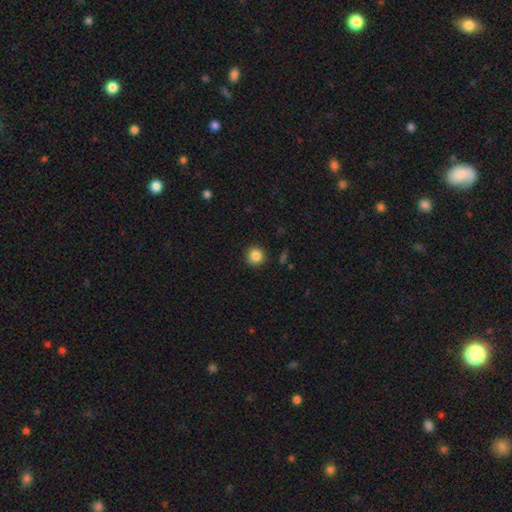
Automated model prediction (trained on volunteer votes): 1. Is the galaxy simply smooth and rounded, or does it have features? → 85% smooth, 10% star or artifact, 5% featured or disk.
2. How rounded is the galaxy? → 94% round, 5% in between, 1% cigar-shaped.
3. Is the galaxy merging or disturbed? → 91% none, 6% minor disturbance, 2% major disturbance, 1% merger.